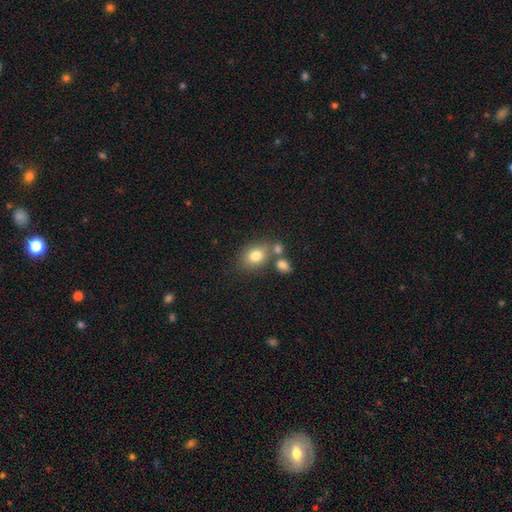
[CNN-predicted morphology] Smooth or featured?
  - smooth: 79% *
  - featured or disk: 11%
  - star or artifact: 10%
How rounded?
  - in between: 59% *
  - round: 40%
  - cigar-shaped: 1%
Merging?
  - none: 60% *
  - merger: 22%
  - minor disturbance: 14%
  - major disturbance: 5%